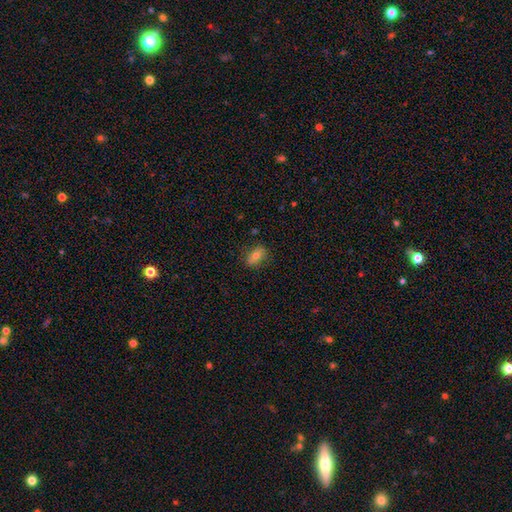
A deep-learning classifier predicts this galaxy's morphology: This appears to be a smooth galaxy with no disk features (67%) that is in between round and cigar-shaped (75%). Merging: none (80%).